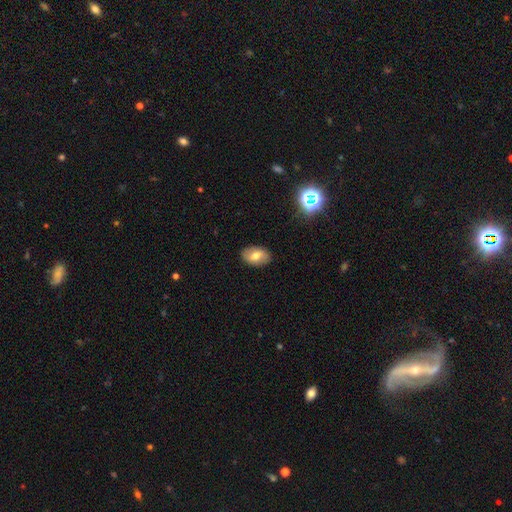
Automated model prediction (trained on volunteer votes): A smooth galaxy with no disk features (62%) that is in between round and cigar-shaped (88%).

Vote fractions:
- Smooth or featured? smooth: 62% / featured or disk: 28% / star or artifact: 10%
- How rounded? in between: 88% / round: 10% / cigar-shaped: 1%
- Merging? none: 87% / minor disturbance: 10% / major disturbance: 2% / merger: 1%